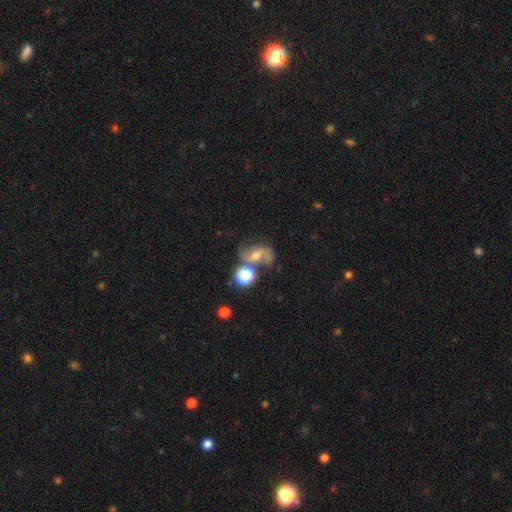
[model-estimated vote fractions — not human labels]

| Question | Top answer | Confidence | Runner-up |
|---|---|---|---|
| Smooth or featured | featured or disk | 70% | smooth (17%) |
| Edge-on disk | no | 97% | yes (3%) |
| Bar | no | 46% | weak (40%) |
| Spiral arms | yes | 92% | no (8%) |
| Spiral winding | loose | 48% | medium (41%) |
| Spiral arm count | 2 | 89% | can't tell (4%) |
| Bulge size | moderate | 61% | small (29%) |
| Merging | none | 57% | minor disturbance (17%) |